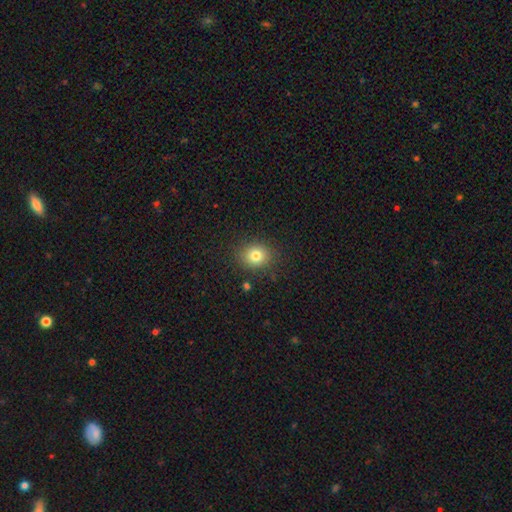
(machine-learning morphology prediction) type=smooth (80%); roundness=round (67%); merging=none (87%).